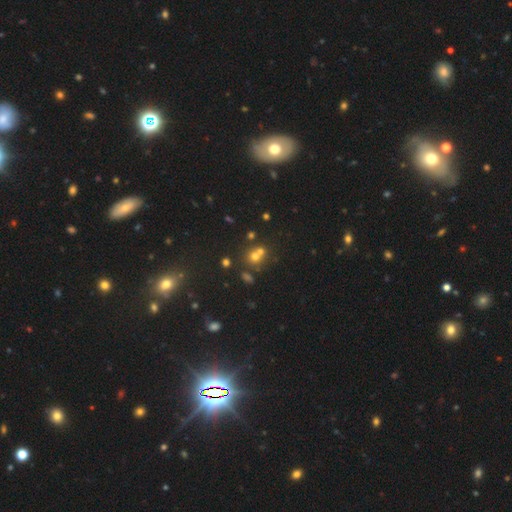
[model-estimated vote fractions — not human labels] Overall: smooth (54%; star or artifact 32%). How rounded: round (82%). Merging: none (51%; merger 38%).